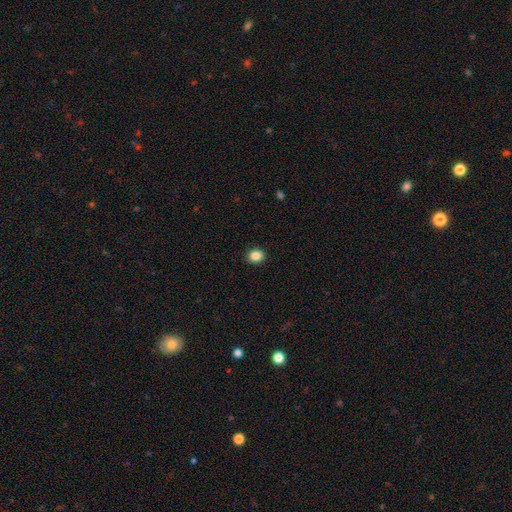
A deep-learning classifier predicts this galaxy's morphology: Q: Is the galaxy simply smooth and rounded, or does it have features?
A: smooth — 87%.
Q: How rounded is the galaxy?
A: round — 67%.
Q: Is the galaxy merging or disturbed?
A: none — 92%.